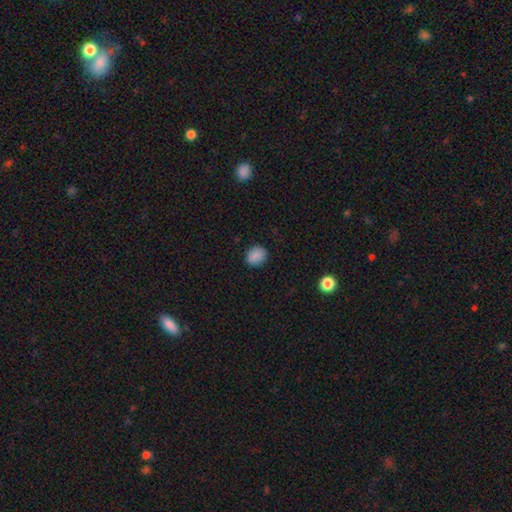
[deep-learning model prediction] A smooth galaxy with no disk features (87%) that is round (66%).

Vote fractions:
- Smooth or featured? smooth: 87% / star or artifact: 9% / featured or disk: 4%
- How rounded? round: 66% / in between: 33% / cigar-shaped: 1%
- Merging? none: 86% / minor disturbance: 10% / major disturbance: 3% / merger: 1%